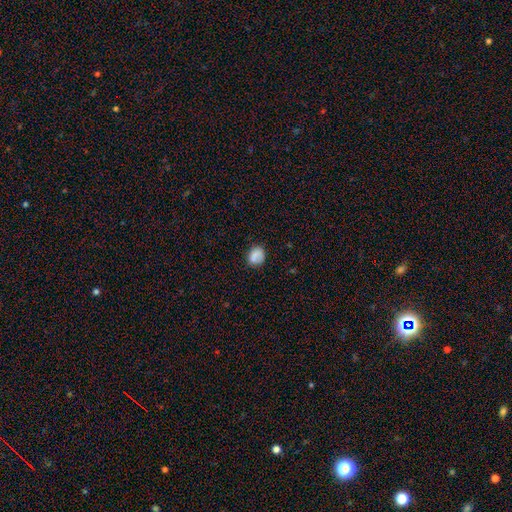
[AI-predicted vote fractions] Q: Smooth or featured?
A: smooth (81%); runner-up: star or artifact (10%)
Q: How rounded?
A: round (56%); runner-up: in between (43%)
Q: Merging?
A: none (72%); runner-up: minor disturbance (20%)